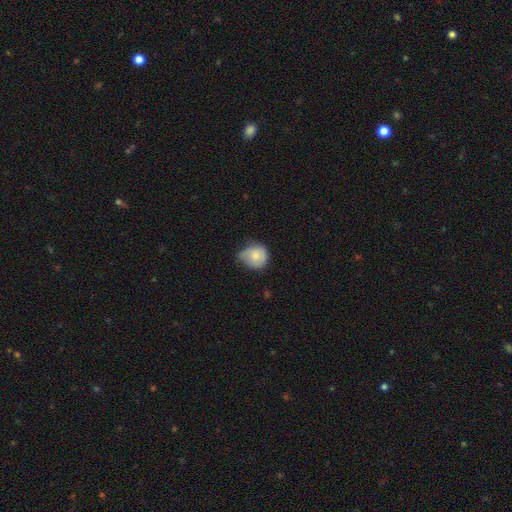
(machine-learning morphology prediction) Q: Smooth or featured?
A: smooth (72%); runner-up: featured or disk (21%)
Q: How rounded?
A: round (75%); runner-up: in between (24%)
Q: Merging?
A: minor disturbance (48%); runner-up: none (38%)